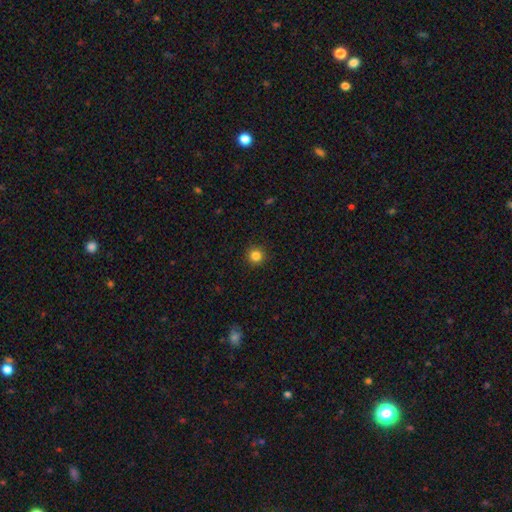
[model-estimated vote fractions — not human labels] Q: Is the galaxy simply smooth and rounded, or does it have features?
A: smooth — 84%.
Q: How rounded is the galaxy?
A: round — 95%.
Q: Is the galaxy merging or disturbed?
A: none — 92%.